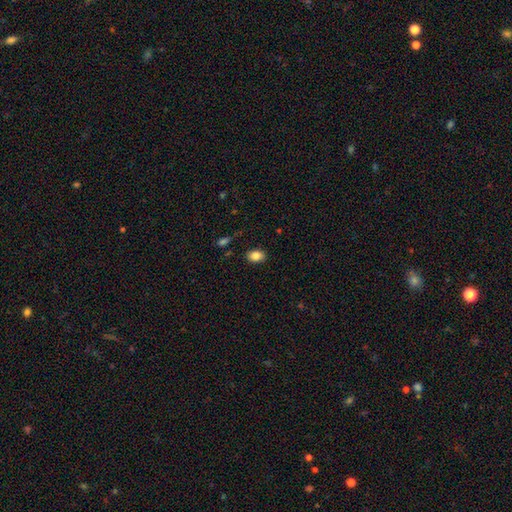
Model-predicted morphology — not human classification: The model was most divided on "how rounded": in between: 79%, round: 20%, cigar-shaped: 1%. More confident: merging — none (86%); smooth or featured — smooth (86%).